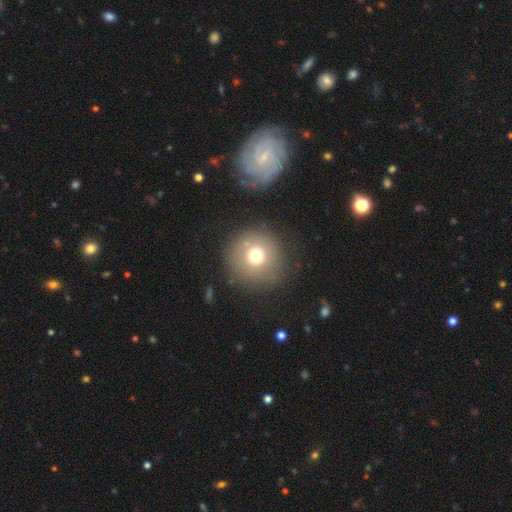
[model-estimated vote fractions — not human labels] Smooth or featured? Predicted: smooth (p=0.70). How rounded? Predicted: round (p=0.95). Merging? Predicted: none (p=0.82).